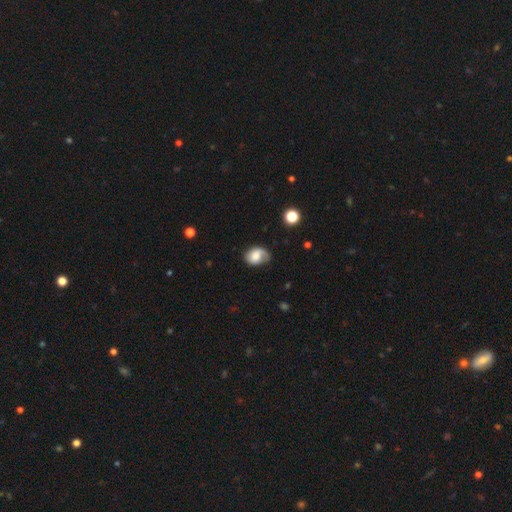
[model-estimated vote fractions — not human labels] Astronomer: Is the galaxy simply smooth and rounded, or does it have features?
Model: smooth — 57% (runner-up: featured or disk, 34%).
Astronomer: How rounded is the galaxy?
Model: in between — 64%.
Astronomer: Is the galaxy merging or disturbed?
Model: none — 51% (runner-up: minor disturbance, 32%).